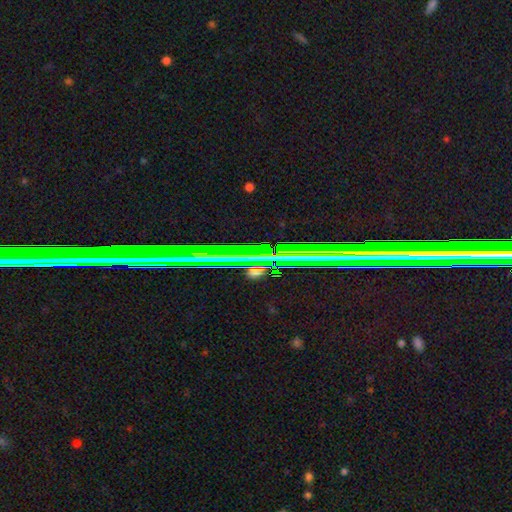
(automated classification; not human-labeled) Morphology: type=star or artifact (73%).